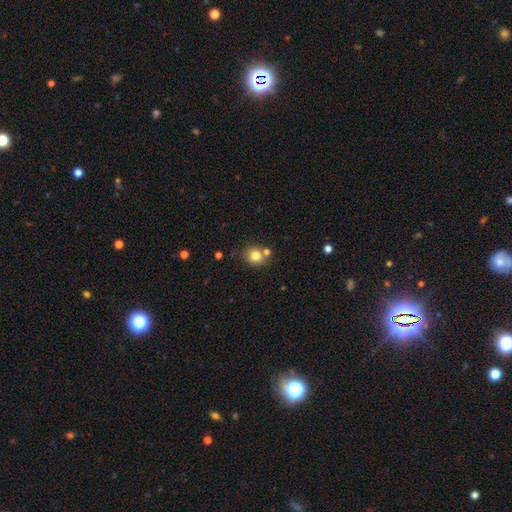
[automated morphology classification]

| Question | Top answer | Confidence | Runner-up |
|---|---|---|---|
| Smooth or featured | smooth | 80% | star or artifact (12%) |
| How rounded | round | 77% | in between (22%) |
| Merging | none | 65% | merger (20%) |